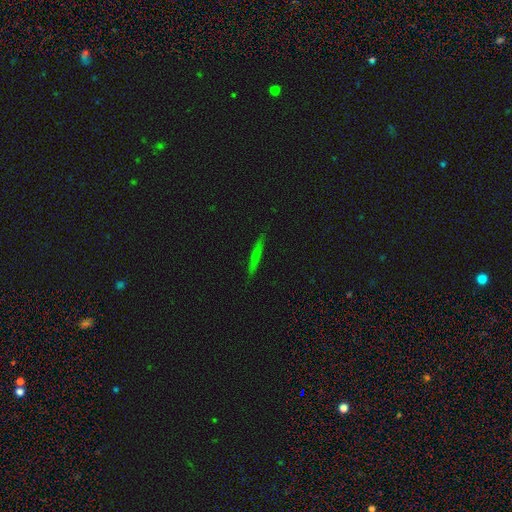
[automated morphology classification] smooth_or_featured: smooth (p=0.57) [alt: featured or disk p=0.35]
how_rounded: cigar-shaped (p=0.94) [alt: in between p=0.04]
merging: none (p=0.89) [alt: minor disturbance p=0.08]